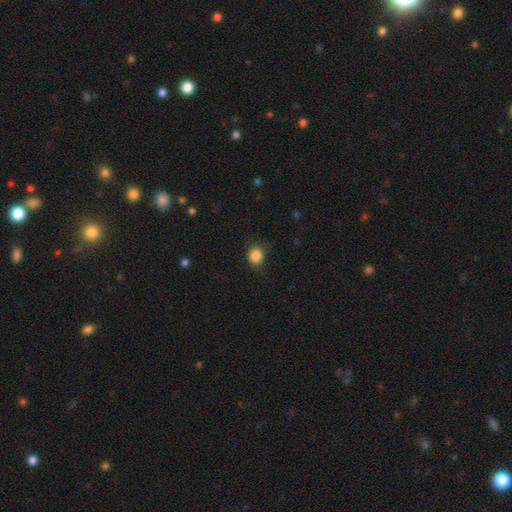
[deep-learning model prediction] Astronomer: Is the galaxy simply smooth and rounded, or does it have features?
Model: smooth — 86%.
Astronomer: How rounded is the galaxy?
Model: round — 77%.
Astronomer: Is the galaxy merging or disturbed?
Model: none — 77%.